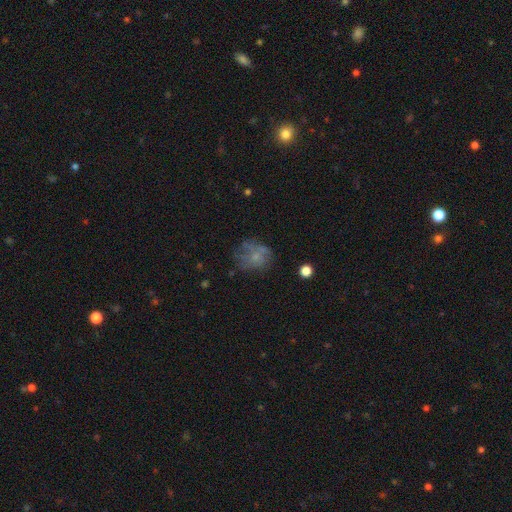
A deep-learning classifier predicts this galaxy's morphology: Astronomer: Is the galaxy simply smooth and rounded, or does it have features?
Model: smooth — 49% (runner-up: featured or disk, 38%).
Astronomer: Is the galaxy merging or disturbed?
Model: none — 49%.